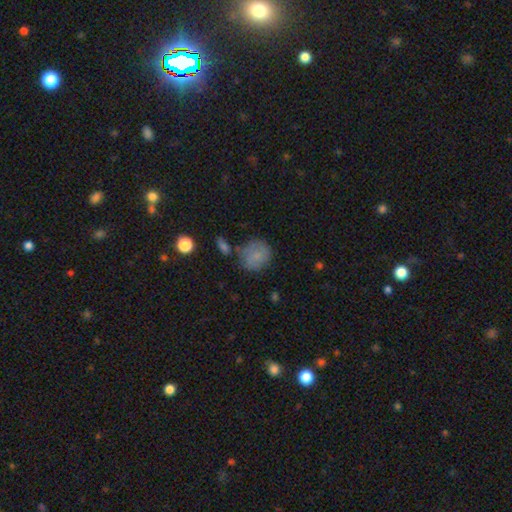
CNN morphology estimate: A smooth galaxy with no disk features (72%) that is round (80%).

Vote fractions:
- Smooth or featured? smooth: 72% / featured or disk: 19% / star or artifact: 9%
- How rounded? round: 80% / in between: 19% / cigar-shaped: 1%
- Merging? none: 61% / minor disturbance: 23% / merger: 8% / major disturbance: 8%